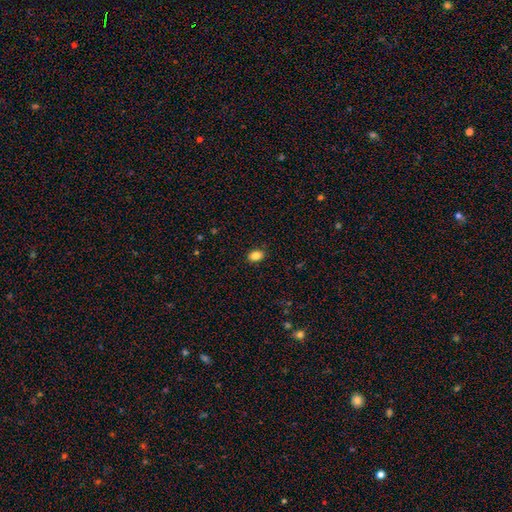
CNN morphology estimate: Smooth or featured? Predicted: smooth (p=0.86). How rounded? Predicted: in between (p=0.80). Merging? Predicted: none (p=0.89).